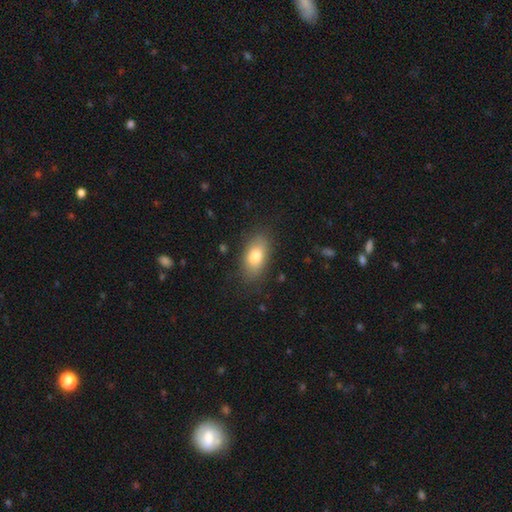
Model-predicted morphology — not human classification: A smooth galaxy with no disk features (78%) that is in between round and cigar-shaped (88%). Merging: none (81%).